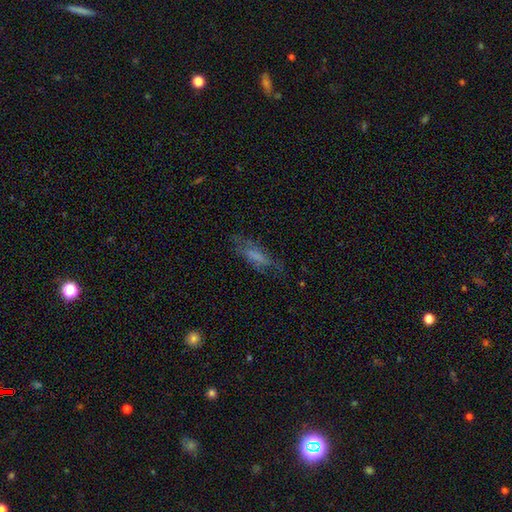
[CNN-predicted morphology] smooth 50%, featured or disk 38%, star or artifact 12%. Down the decision tree: how rounded — cigar-shaped (49%); merging — none (58%).